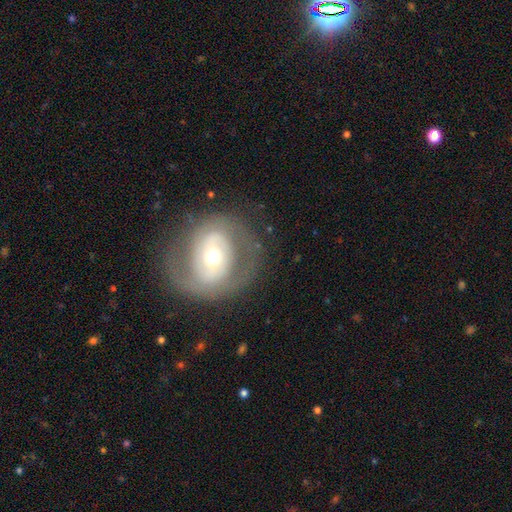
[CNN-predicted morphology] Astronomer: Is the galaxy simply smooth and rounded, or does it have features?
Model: featured or disk — 70%.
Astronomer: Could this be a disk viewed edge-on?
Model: no — 96%.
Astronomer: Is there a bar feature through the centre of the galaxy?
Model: no — 42% (runner-up: weak, 34%).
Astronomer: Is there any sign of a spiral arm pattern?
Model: yes — 69%.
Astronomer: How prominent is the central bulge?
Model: moderate — 50% (runner-up: small, 41%).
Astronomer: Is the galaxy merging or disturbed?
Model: none — 74%.